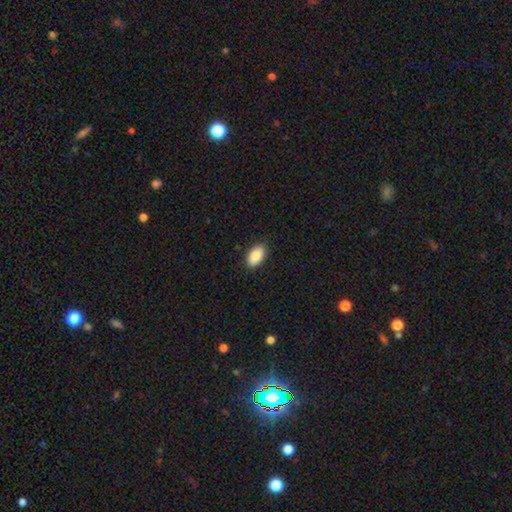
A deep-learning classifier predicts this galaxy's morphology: A smooth galaxy with no disk features (87%) that is in between round and cigar-shaped (94%). Merging: none (88%).